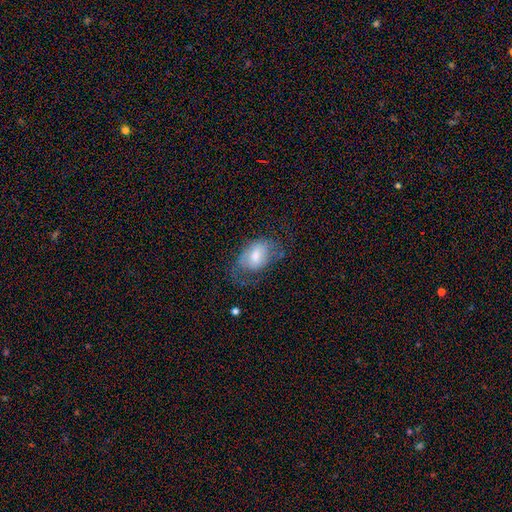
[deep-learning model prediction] The model was most divided on "merging": none: 39%, major disturbance: 30%, minor disturbance: 29%, merger: 2%. More confident: how rounded — in between (84%); smooth or featured — smooth (59%).